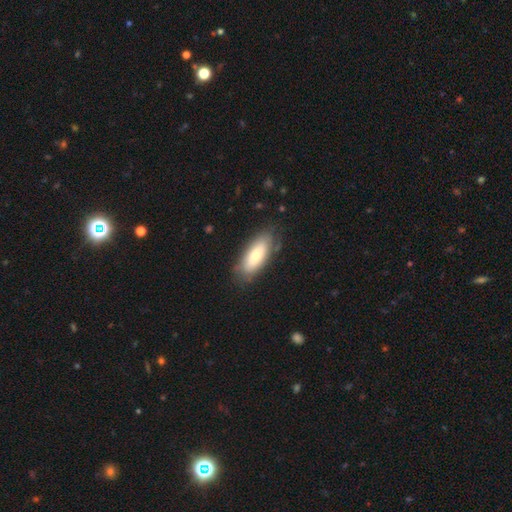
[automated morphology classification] Overall: smooth (69%). How rounded: in between (81%). Merging: none (75%).